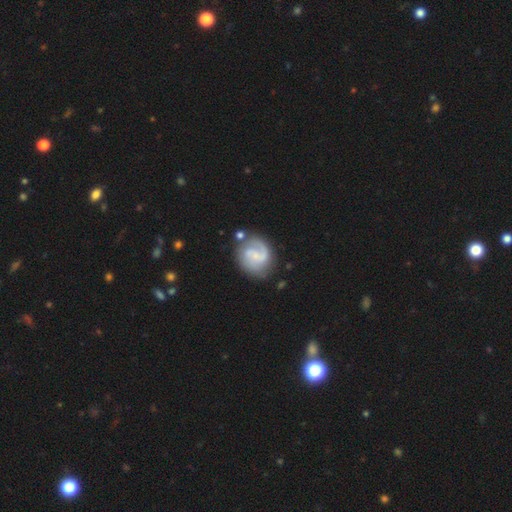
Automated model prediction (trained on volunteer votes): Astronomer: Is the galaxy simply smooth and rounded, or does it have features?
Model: featured or disk — 76%.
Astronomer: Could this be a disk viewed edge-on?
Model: no — 98%.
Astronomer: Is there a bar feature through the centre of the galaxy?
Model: no — 46% (runner-up: weak, 45%).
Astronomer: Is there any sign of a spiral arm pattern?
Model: yes — 93%.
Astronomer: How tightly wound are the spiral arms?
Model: medium — 46% (runner-up: tight, 27%).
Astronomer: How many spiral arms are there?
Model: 2 — 72%.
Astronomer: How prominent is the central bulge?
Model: small — 55%.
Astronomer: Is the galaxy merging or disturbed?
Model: none — 66%.